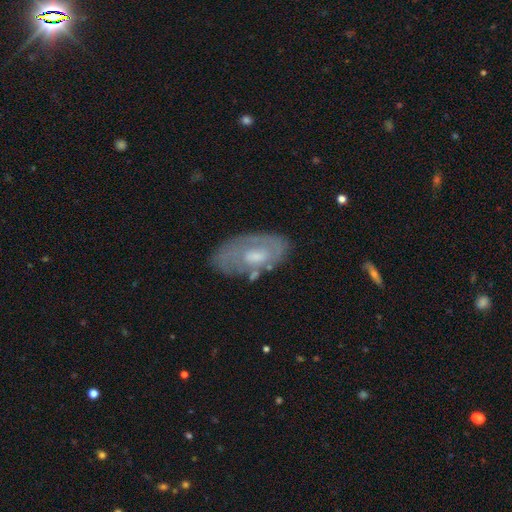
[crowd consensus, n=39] Q: Smooth or featured?
A: featured or disk (54%); runner-up: smooth (44%)
Q: Edge-on disk?
A: no (100%)
Q: Bar?
A: no (71%); runner-up: weak (24%)
Q: Spiral arms?
A: yes (81%); runner-up: no (19%)
Q: Spiral winding?
A: tight (76%); runner-up: medium (18%)
Q: Spiral arm count?
A: can't tell (88%); runner-up: 2 (6%)
Q: Bulge size?
A: moderate (71%); runner-up: small (19%)
Q: Merging?
A: none (50%); runner-up: minor disturbance (37%)